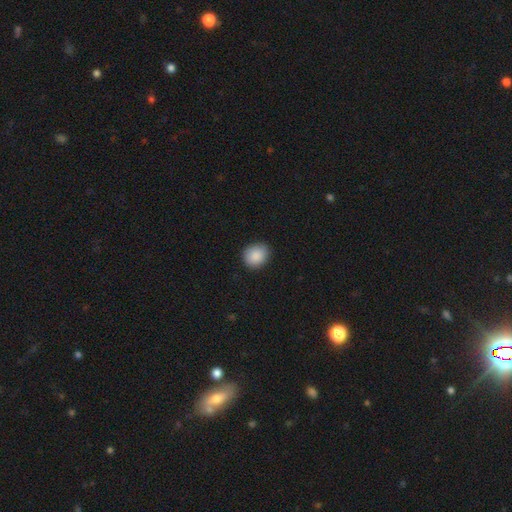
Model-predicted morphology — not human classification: The model was most divided on "how rounded": round: 73%, in between: 26%, cigar-shaped: 1%. More confident: smooth or featured — smooth (89%); merging — none (87%).